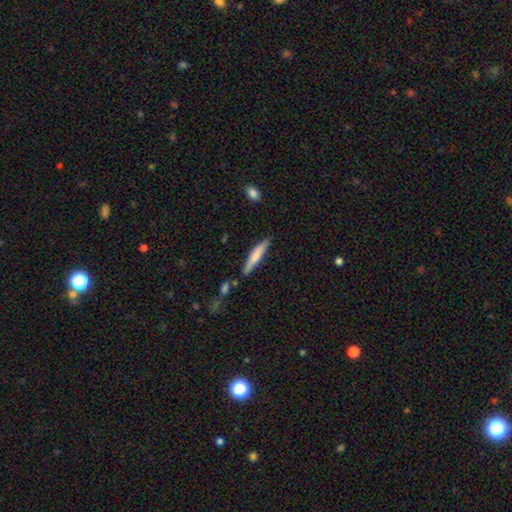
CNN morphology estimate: Smooth or featured: smooth — 67% (featured or disk — 27%)
How rounded: cigar-shaped — 89% (in between — 10%)
Merging: none — 80% (minor disturbance — 14%)